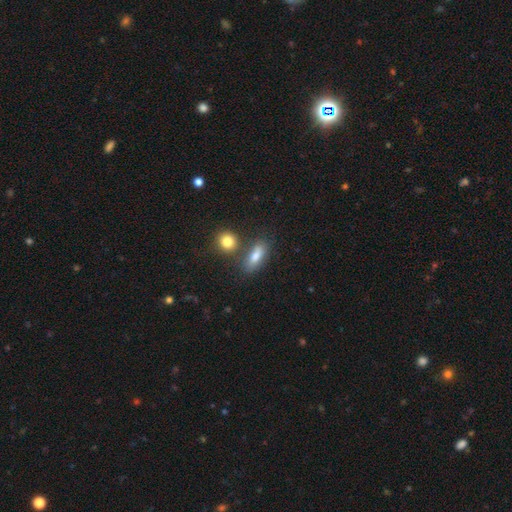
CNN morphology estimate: Smooth or featured? Predicted: smooth (p=0.77). How rounded? Predicted: in between (p=0.73). Merging? Predicted: none (p=0.64).